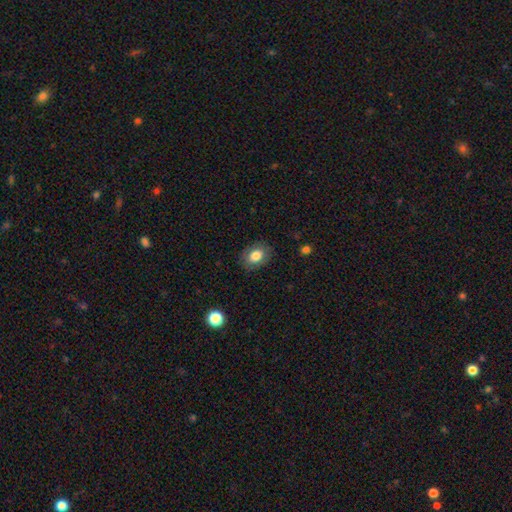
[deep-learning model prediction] A smooth galaxy with no disk features (81%) that is in between round and cigar-shaped (72%). Merging: none (84%).